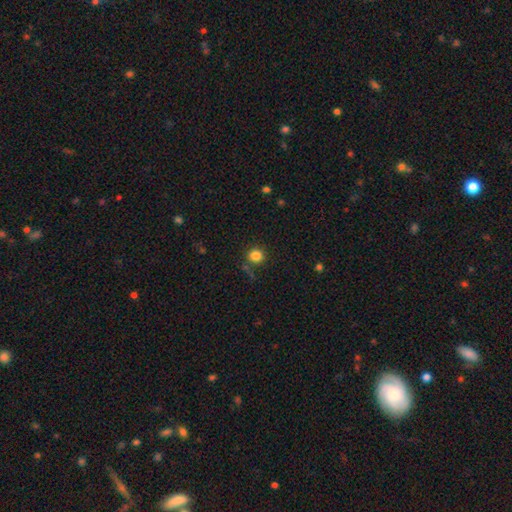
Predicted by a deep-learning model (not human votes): This appears to be a smooth galaxy with no disk features (83%) that is round (91%). Merging: none (81%).